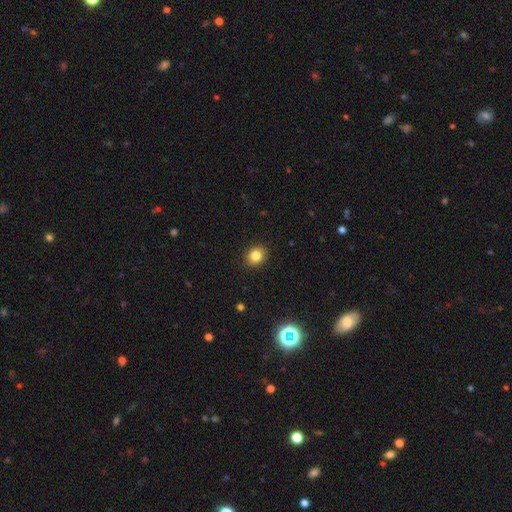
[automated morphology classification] Smooth or featured?
  - smooth: 82% *
  - star or artifact: 11%
  - featured or disk: 7%
How rounded?
  - round: 56% *
  - in between: 43%
  - cigar-shaped: 1%
Merging?
  - none: 90% *
  - minor disturbance: 7%
  - major disturbance: 2%
  - merger: 1%